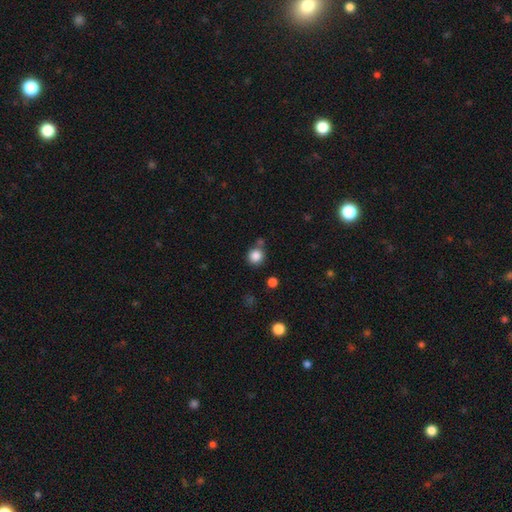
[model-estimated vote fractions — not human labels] smooth 85%, star or artifact 11%, featured or disk 4%. Down the decision tree: how rounded — round (92%); merging — none (72%).